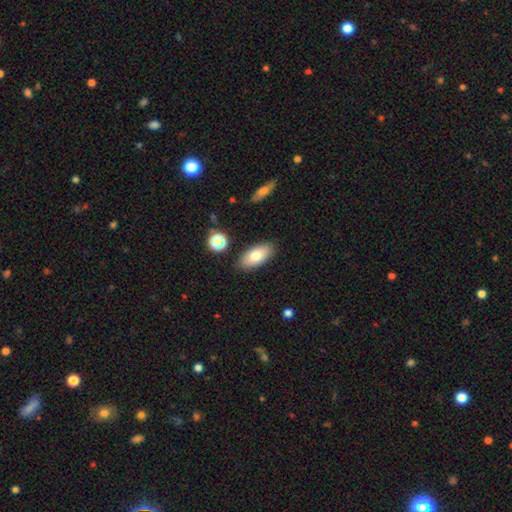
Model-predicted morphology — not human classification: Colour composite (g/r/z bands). It shows a smooth galaxy with no disk features (78%) that is in between round and cigar-shaped (90%). Merging: none (86%).